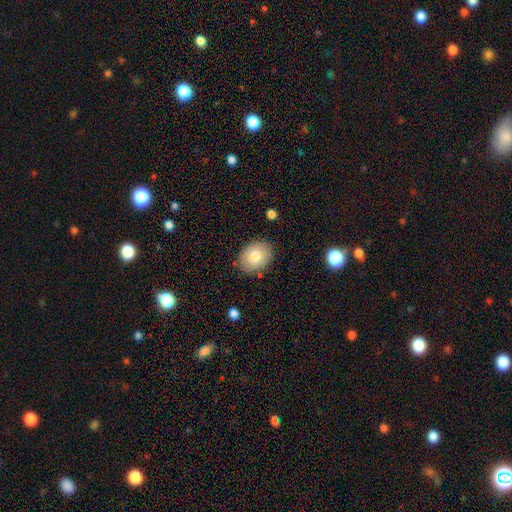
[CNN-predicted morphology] smooth 79%, featured or disk 13%, star or artifact 8%. Down the decision tree: how rounded — in between (65%); merging — none (84%).